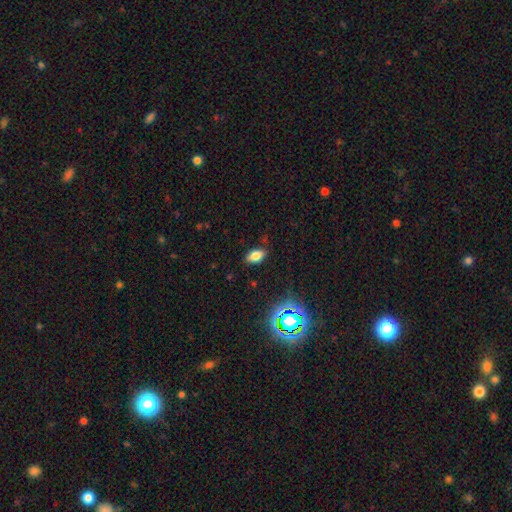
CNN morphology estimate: smooth_or_featured: smooth (p=0.78) [alt: star or artifact p=0.13]
how_rounded: in between (p=0.89) [alt: cigar-shaped p=0.05]
merging: none (p=0.83) [alt: minor disturbance p=0.13]